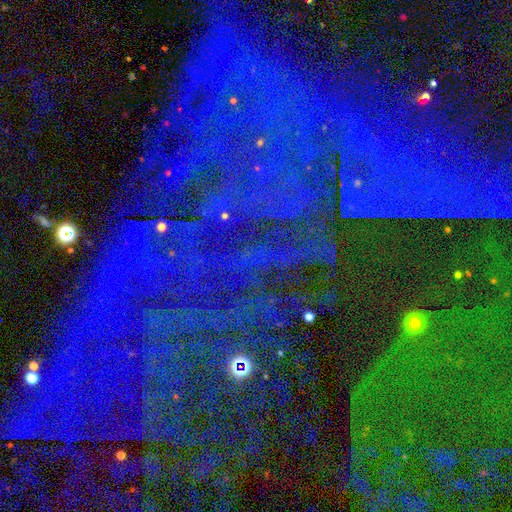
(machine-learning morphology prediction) smooth_or_featured: star or artifact (p=0.83) [alt: featured or disk p=0.09]